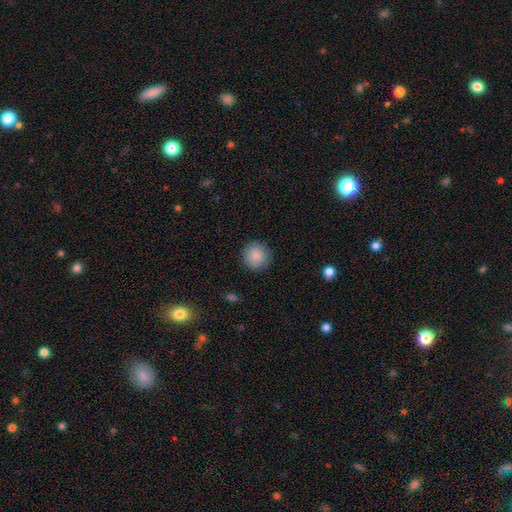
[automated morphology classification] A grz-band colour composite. It shows a smooth galaxy with no disk features (88%) that is round (93%). Merging: none (89%).